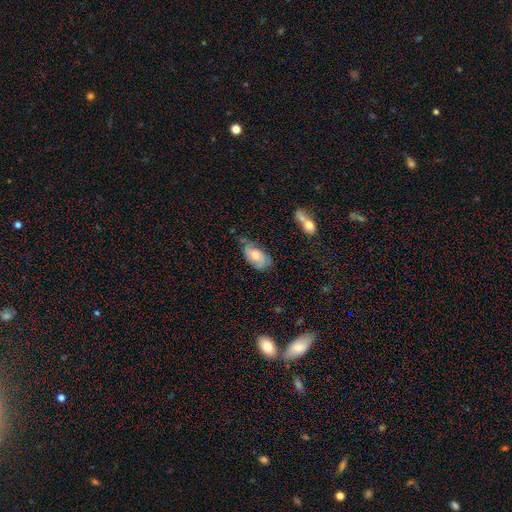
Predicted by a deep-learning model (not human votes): A smooth galaxy with no disk features (54%) that is in between round and cigar-shaped (92%).

Vote fractions:
- Smooth or featured? smooth: 54% / featured or disk: 39% / star or artifact: 7%
- How rounded? in between: 92% / cigar-shaped: 4% / round: 4%
- Merging? none: 47% / minor disturbance: 38% / major disturbance: 11% / merger: 4%